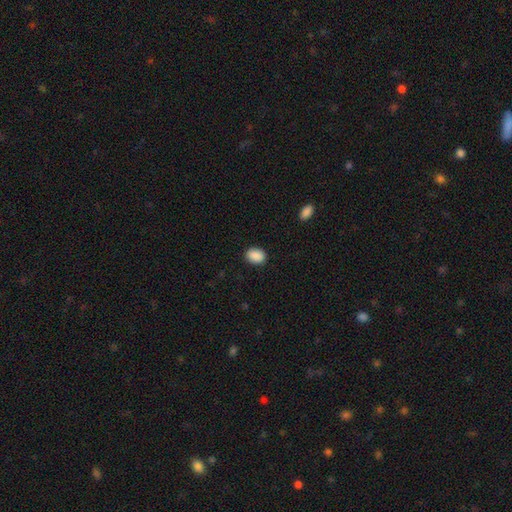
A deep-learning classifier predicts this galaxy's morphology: Smooth or featured: smooth — 90% (star or artifact — 7%)
How rounded: in between — 68% (round — 31%)
Merging: none — 89% (minor disturbance — 8%)